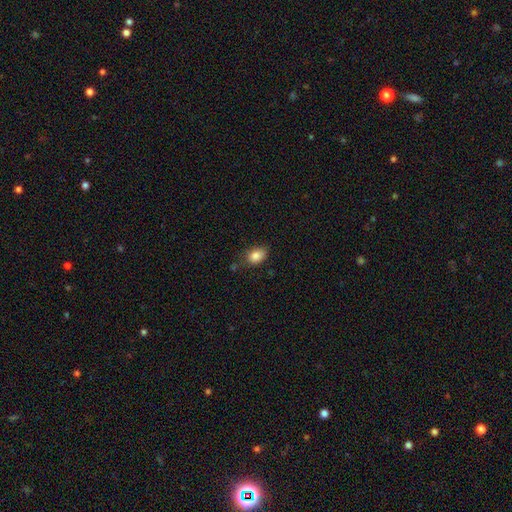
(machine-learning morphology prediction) smooth 86%, star or artifact 9%, featured or disk 6%. Down the decision tree: how rounded — in between (80%); merging — none (70%).